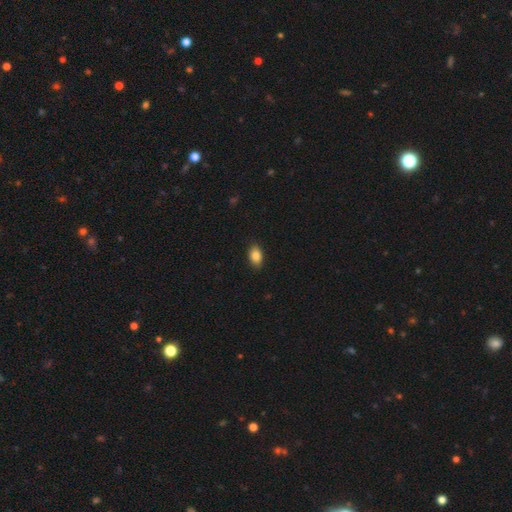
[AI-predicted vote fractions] Morphology: type=smooth (87%); roundness=in between (87%); merging=none (88%).